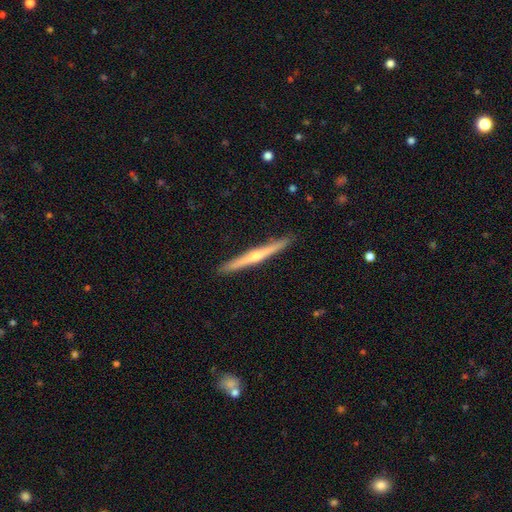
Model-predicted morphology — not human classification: Q: Smooth or featured?
A: featured or disk (70%); runner-up: smooth (25%)
Q: Edge-on disk?
A: yes (98%); runner-up: no (2%)
Q: Edge-on bulge?
A: rounded (80%); runner-up: none (16%)
Q: Merging?
A: none (92%); runner-up: minor disturbance (6%)